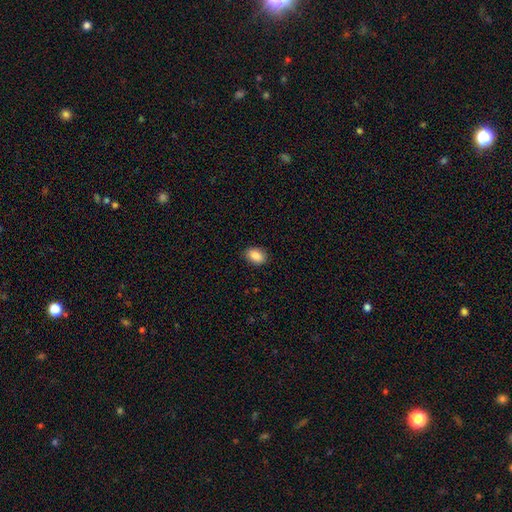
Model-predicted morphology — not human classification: A smooth galaxy with no disk features (88%) that is in between round and cigar-shaped (84%).

Vote fractions:
- Smooth or featured? smooth: 88% / star or artifact: 8% / featured or disk: 4%
- How rounded? in between: 84% / round: 14% / cigar-shaped: 1%
- Merging? none: 87% / minor disturbance: 10% / major disturbance: 2% / merger: 1%